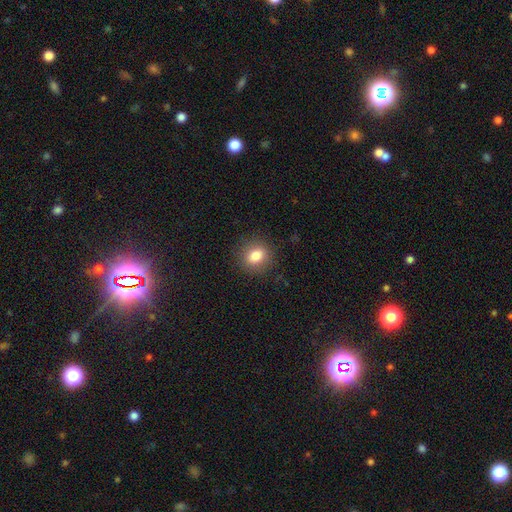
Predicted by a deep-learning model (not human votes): This appears to be a smooth galaxy with no disk features (82%) that is round (66%). Merging: none (87%).